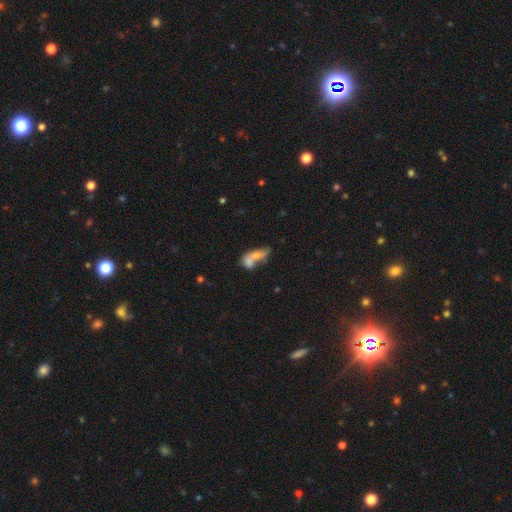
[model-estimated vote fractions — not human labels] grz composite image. It shows a smooth galaxy with no disk features (67%) that is in between round and cigar-shaped (70%). Merging: merger (60%).